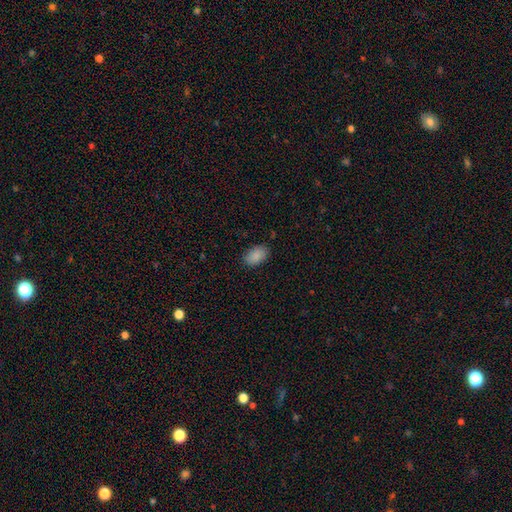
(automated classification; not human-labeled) This is clearly a smooth galaxy (88%). How rounded: clearly in between (90%). Merging: clearly none (84%).